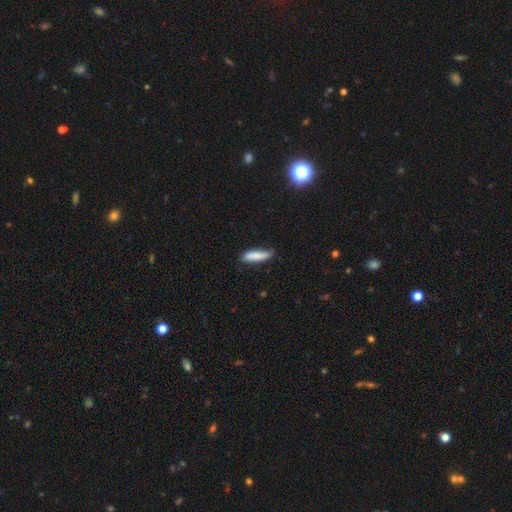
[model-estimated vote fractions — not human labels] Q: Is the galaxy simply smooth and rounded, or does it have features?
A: smooth — 81%.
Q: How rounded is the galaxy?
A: cigar-shaped — 71%.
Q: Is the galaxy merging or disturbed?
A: none — 70%.